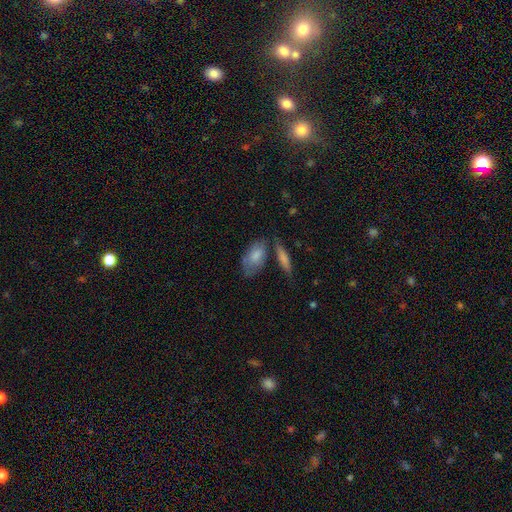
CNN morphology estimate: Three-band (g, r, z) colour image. It shows a smooth galaxy with no disk features (78%) that is in between round and cigar-shaped (87%). Merging: none (55%).